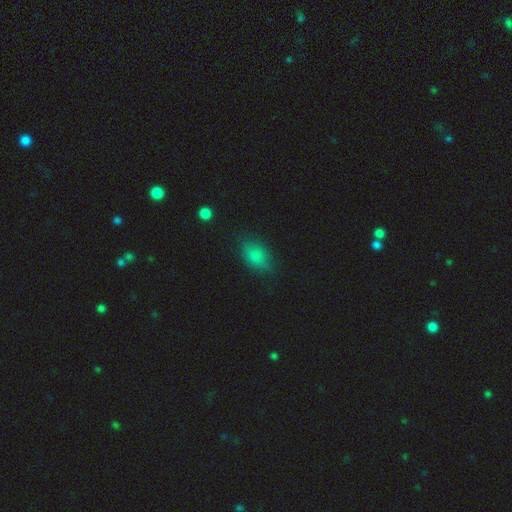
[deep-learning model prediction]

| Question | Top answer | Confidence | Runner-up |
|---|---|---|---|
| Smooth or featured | smooth | 80% | star or artifact (11%) |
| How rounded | in between | 87% | round (10%) |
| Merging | none | 72% | minor disturbance (20%) |